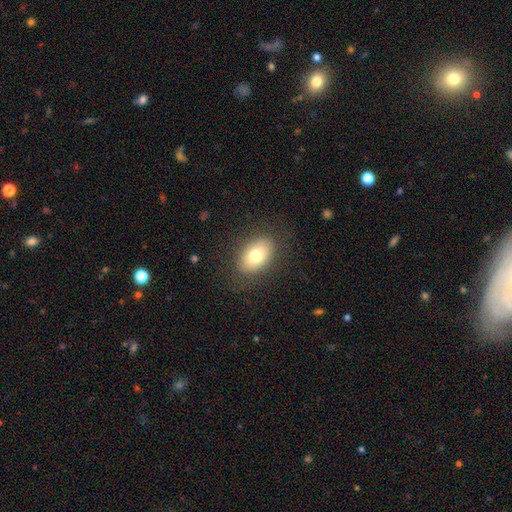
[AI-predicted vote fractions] Morphology: type=smooth (74%); roundness=in between (86%); merging=none (82%).